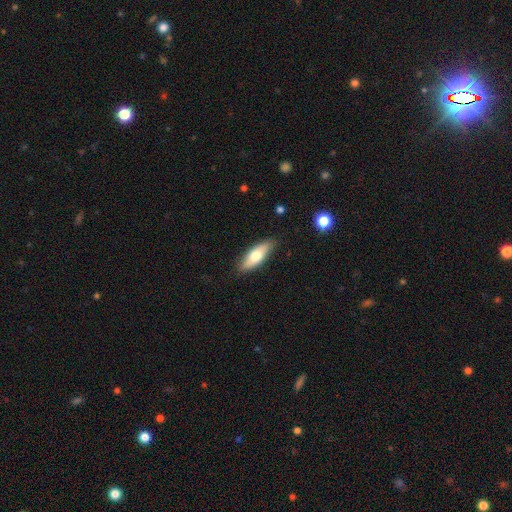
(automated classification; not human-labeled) Smooth or featured?
  - smooth: 66% *
  - featured or disk: 28%
  - star or artifact: 6%
How rounded?
  - in between: 64% *
  - cigar-shaped: 34%
  - round: 2%
Merging?
  - none: 85% *
  - minor disturbance: 12%
  - major disturbance: 2%
  - merger: 1%